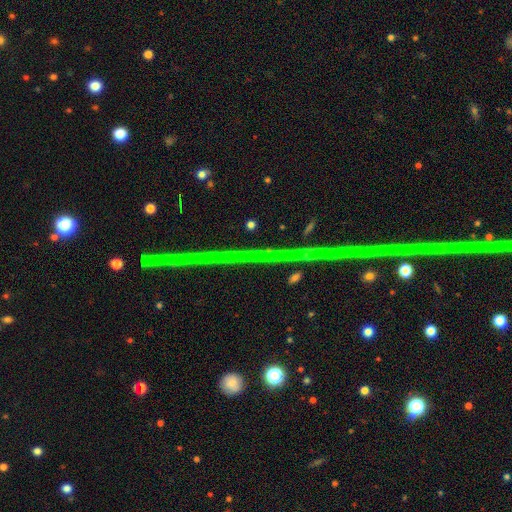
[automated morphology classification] smooth-or-featured: star or artifact: 74% | featured or disk: 17% | smooth: 9%